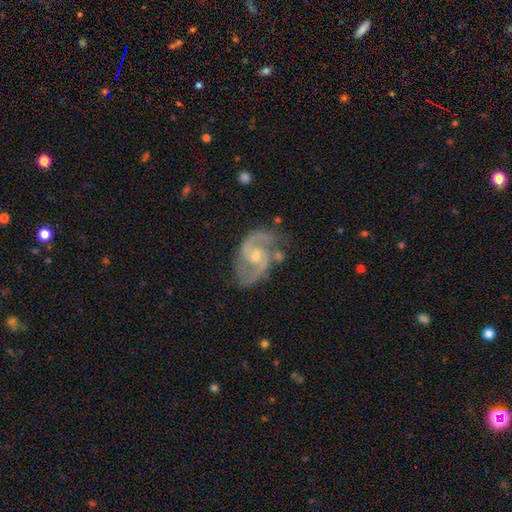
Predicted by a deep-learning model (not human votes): smooth-or-featured: featured or disk: 91% | star or artifact: 5% | smooth: 4%
  disk-edge-on: no: 98% | yes: 2%
    bar: no: 54% | weak: 37% | strong: 9%
    has-spiral-arms: yes: 98% | no: 2%
      spiral-winding: medium: 63% | tight: 20% | loose: 17%
      spiral-arm-count: 2: 91% | 3: 3% | can't tell: 2% | 1: 1% | 4: 1% | more than 4: 1%
    bulge-size: small: 51% | moderate: 46% | none: 2% | large: 1% | dominant: 1%
  merging: none: 71% | minor disturbance: 19% | major disturbance: 6% | merger: 4%